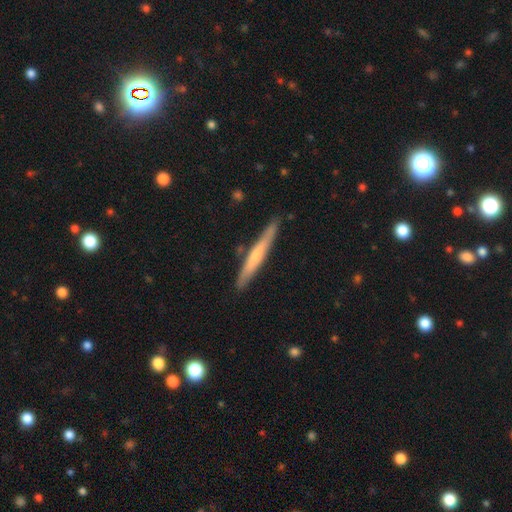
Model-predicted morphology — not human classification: A featured or disk galaxy (61%) viewed edge-on (96%) with a rounded central bulge (51%). Merging: none (87%).